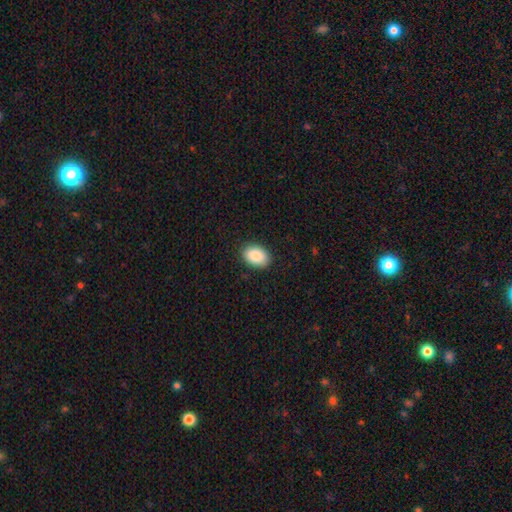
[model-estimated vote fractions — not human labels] This is clearly a smooth galaxy (89%). How rounded: clearly in between (86%). Merging: clearly none (89%).